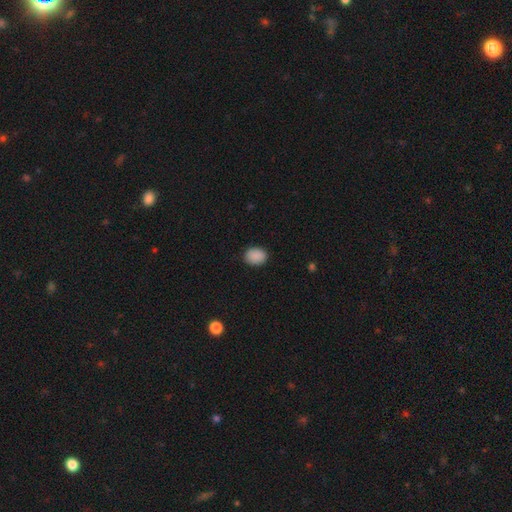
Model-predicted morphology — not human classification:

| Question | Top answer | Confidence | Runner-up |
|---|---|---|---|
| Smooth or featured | smooth | 89% | star or artifact (8%) |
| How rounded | in between | 60% | round (39%) |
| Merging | none | 87% | minor disturbance (10%) |